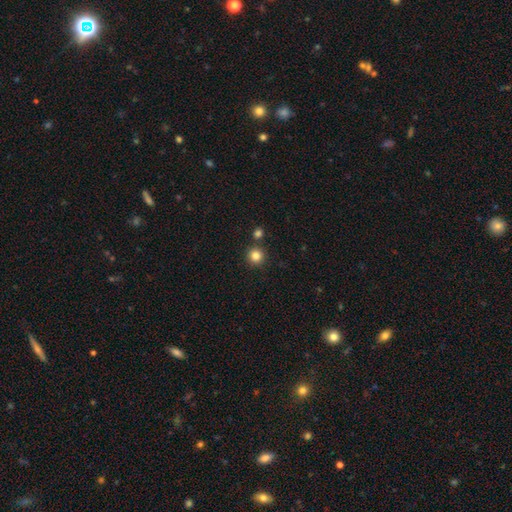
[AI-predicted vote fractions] Overall: smooth (84%). How rounded: round (95%). Merging: none (84%).